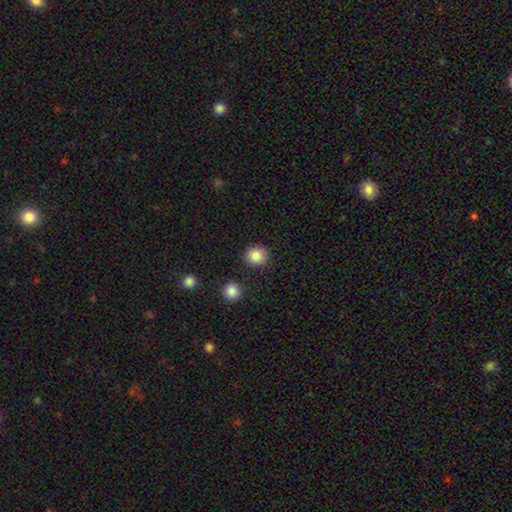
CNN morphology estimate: Smooth or featured?
  - smooth: 86% *
  - star or artifact: 9%
  - featured or disk: 4%
How rounded?
  - round: 88% *
  - in between: 11%
  - cigar-shaped: 1%
Merging?
  - none: 87% *
  - minor disturbance: 8%
  - merger: 3%
  - major disturbance: 3%